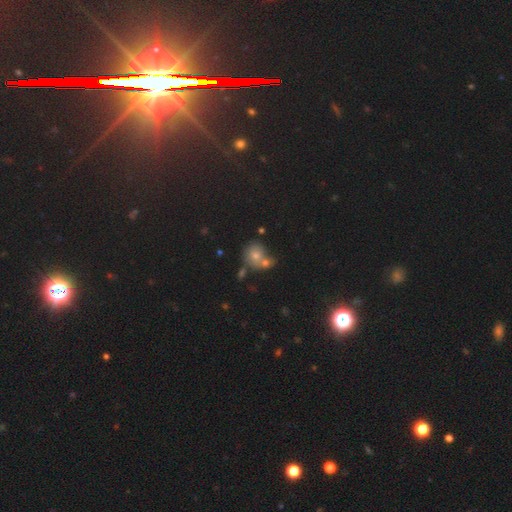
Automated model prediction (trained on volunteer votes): Smooth or featured? Predicted: smooth (p=0.59). How rounded? Predicted: round (p=0.81). Merging? Predicted: none (p=0.48).